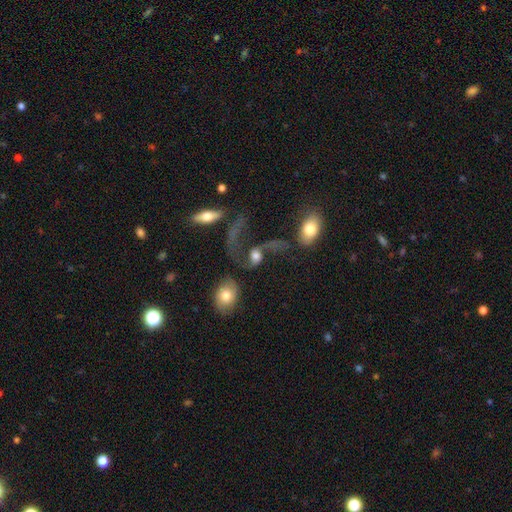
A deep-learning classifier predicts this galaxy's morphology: type=featured or disk (69%); edge-on=no (95%); bar=no (62%); spiral arms=yes (85%); winding=loose (87%); arm count=2 (86%); bulge=moderate (47%); merging=major disturbance (35%).